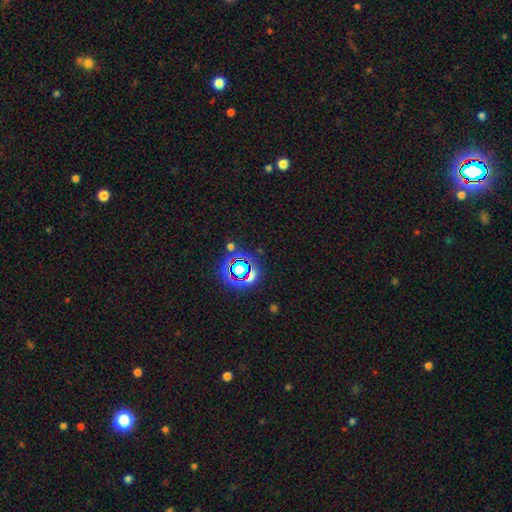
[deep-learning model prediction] Smooth or featured?
  - star or artifact: 68% *
  - smooth: 22%
  - featured or disk: 11%